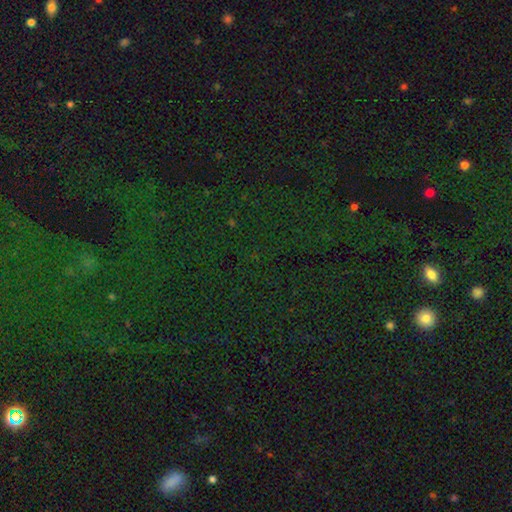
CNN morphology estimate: The model was most divided on "smooth or featured": star or artifact: 80%, smooth: 12%, featured or disk: 8%.